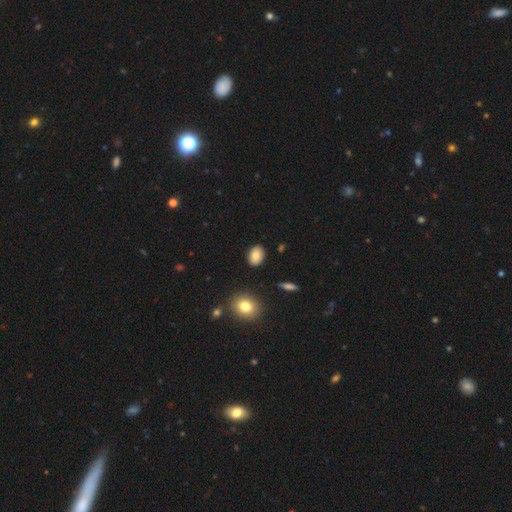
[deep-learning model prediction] Overall: smooth (82%). How rounded: in between (76%). Merging: none (87%).